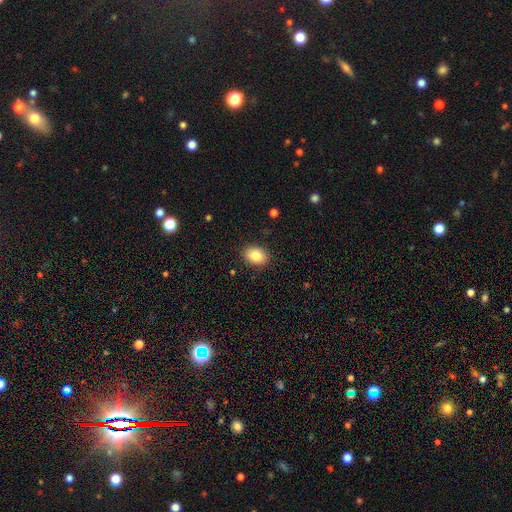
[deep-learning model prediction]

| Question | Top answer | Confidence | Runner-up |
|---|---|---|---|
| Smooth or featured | smooth | 83% | featured or disk (9%) |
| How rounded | in between | 70% | round (29%) |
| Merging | none | 89% | minor disturbance (8%) |